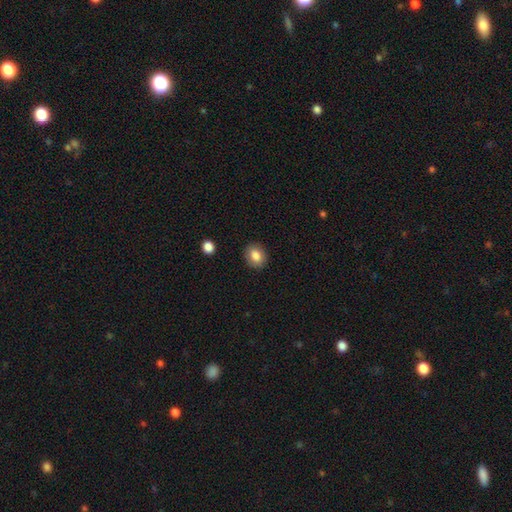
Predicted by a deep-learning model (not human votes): smooth_or_featured: smooth (p=0.84) [alt: star or artifact p=0.09]
how_rounded: round (p=0.61) [alt: in between p=0.38]
merging: none (p=0.89) [alt: minor disturbance p=0.07]